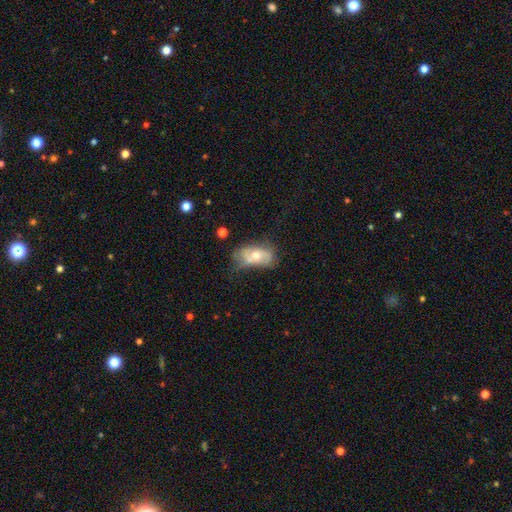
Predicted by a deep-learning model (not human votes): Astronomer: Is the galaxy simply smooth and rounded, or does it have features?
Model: smooth — 46% (runner-up: featured or disk, 45%).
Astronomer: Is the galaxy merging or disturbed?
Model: none — 36% (runner-up: minor disturbance, 33%).